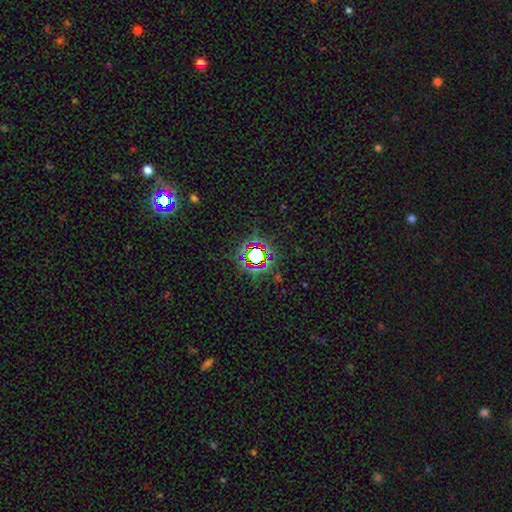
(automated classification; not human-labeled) Overall: star or artifact (73%).